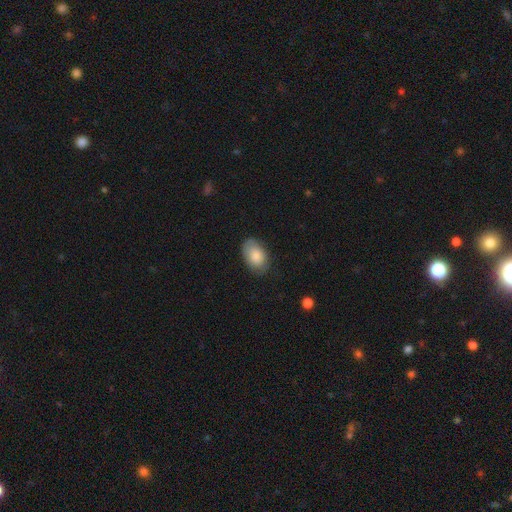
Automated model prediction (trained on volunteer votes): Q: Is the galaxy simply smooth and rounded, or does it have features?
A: smooth — 82%.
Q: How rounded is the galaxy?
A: in between — 90%.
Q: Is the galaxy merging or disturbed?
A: none — 77%.